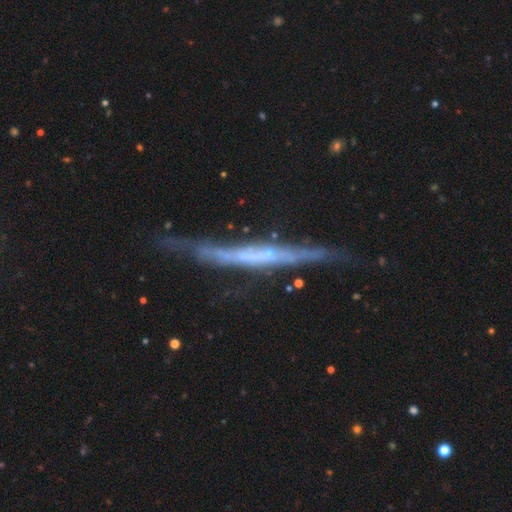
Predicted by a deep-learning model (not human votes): This is likely a featured or disk galaxy (75%). It is clearly viewed edge-on (91%). Edge-on bulge: likely none (70%). Merging: likely none (66%).